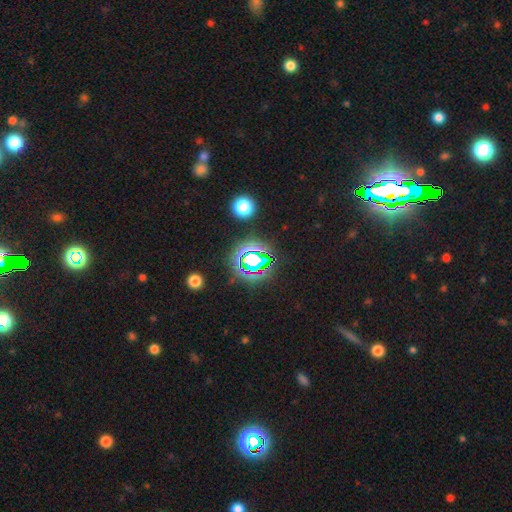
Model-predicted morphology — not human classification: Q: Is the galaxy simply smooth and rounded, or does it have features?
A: star or artifact — 73%.